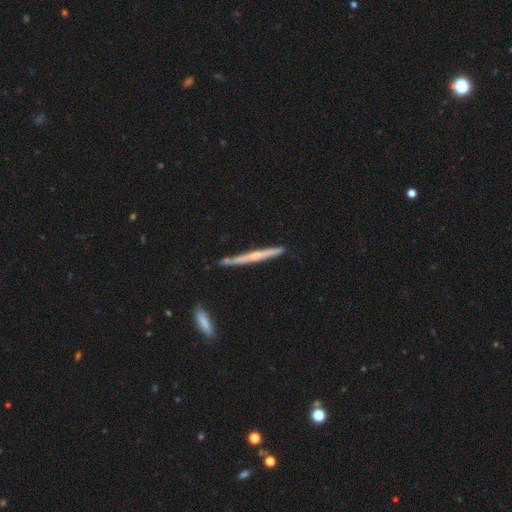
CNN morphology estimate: Smooth or featured: featured or disk — 63% (smooth — 31%)
Edge-on disk: yes — 97% (no — 3%)
Edge-on bulge: rounded — 47% (none — 46%)
Merging: none — 84% (minor disturbance — 11%)